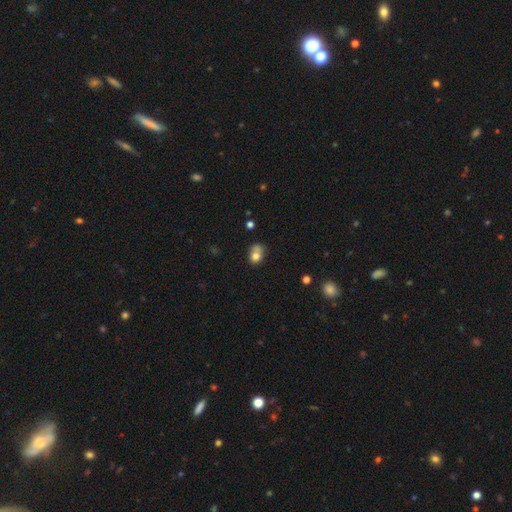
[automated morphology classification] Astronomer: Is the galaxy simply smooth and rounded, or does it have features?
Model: smooth — 76%.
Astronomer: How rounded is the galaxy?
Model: in between — 55% (runner-up: round, 44%).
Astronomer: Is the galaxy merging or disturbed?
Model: none — 39% (runner-up: minor disturbance, 28%).